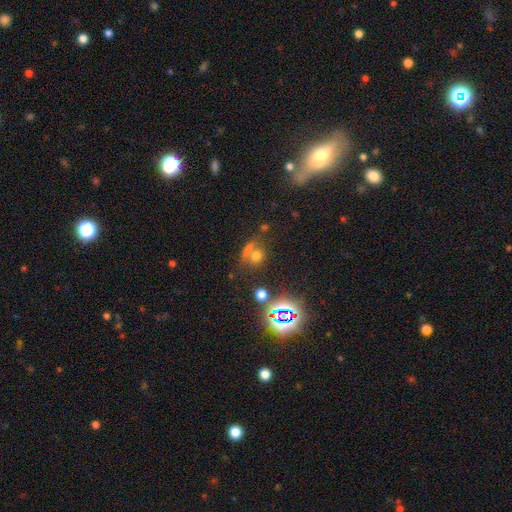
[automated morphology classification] smooth 55%, star or artifact 32%, featured or disk 13%. Down the decision tree: how rounded — round (65%); merging — none (51%).